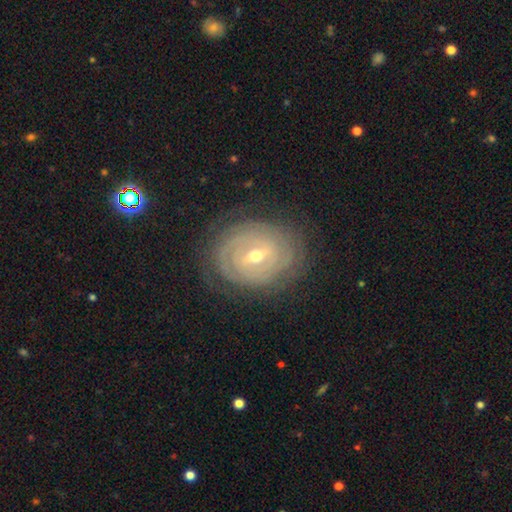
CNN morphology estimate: smooth-or-featured: featured or disk: 83% | smooth: 10% | star or artifact: 6%
  disk-edge-on: no: 96% | yes: 4%
    bar: weak: 51% | strong: 28% | no: 22%
    has-spiral-arms: yes: 90% | no: 10%
      spiral-winding: tight: 84% | medium: 13% | loose: 4%
      spiral-arm-count: can't tell: 45% | 2: 22% | 3: 13% | 4: 9% | more than 4: 6% | 1: 5%
    bulge-size: moderate: 54% | small: 43% | large: 2% | none: 1% | dominant: 1%
  merging: none: 80% | minor disturbance: 14% | major disturbance: 5% | merger: 1%